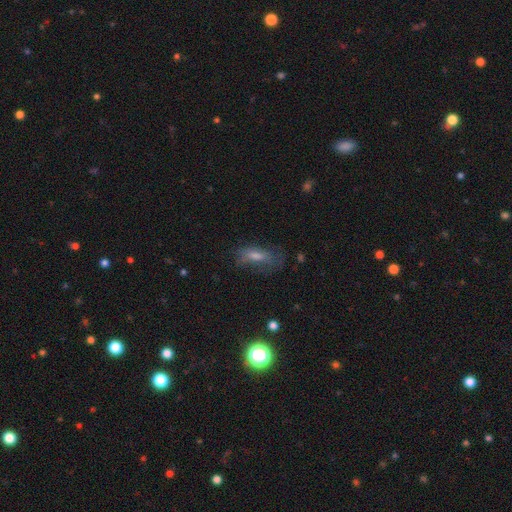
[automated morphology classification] smooth-or-featured: smooth: 51% | featured or disk: 32% | star or artifact: 17%
  how-rounded: in between: 65% | cigar-shaped: 29% | round: 6%
  merging: none: 58% | minor disturbance: 24% | major disturbance: 16% | merger: 2%